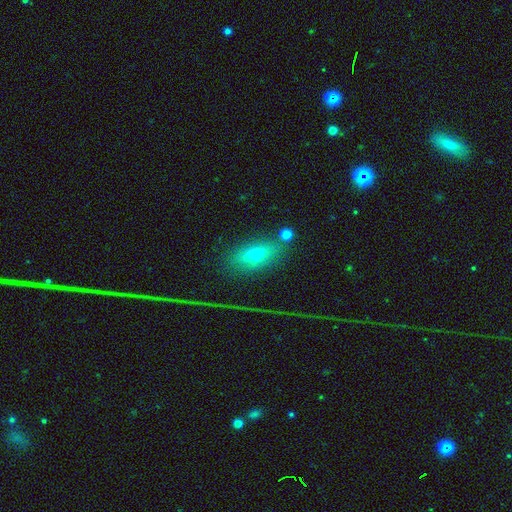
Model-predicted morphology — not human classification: The model was most divided on "smooth or featured": smooth: 58%, featured or disk: 26%, star or artifact: 16%. More confident: how rounded — in between (72%); merging — none (71%).